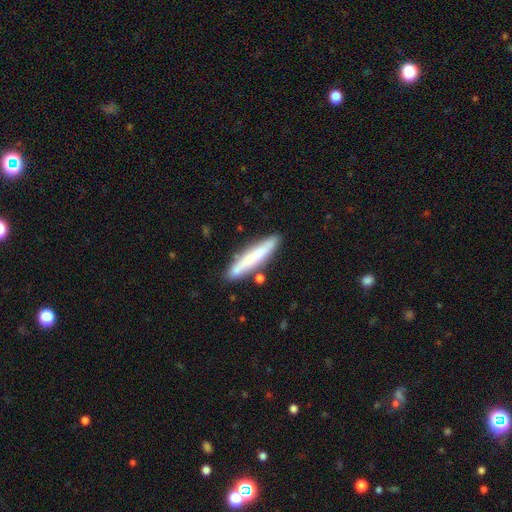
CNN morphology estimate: smooth-or-featured: smooth: 65% | featured or disk: 28% | star or artifact: 7%
  how-rounded: cigar-shaped: 90% | in between: 8% | round: 1%
  merging: none: 82% | minor disturbance: 12% | merger: 4% | major disturbance: 2%